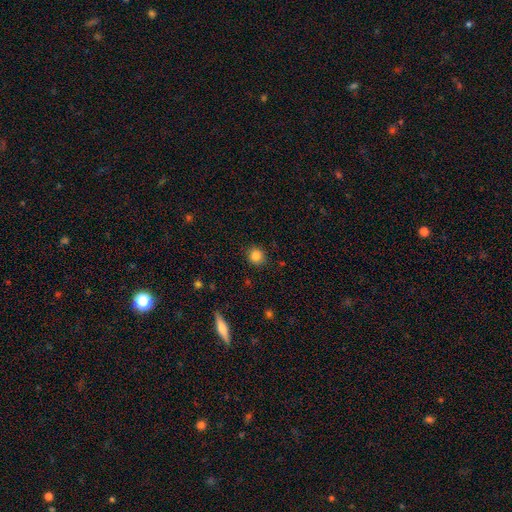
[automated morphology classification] smooth 85%, star or artifact 11%, featured or disk 4%. Down the decision tree: how rounded — round (86%); merging — none (87%).